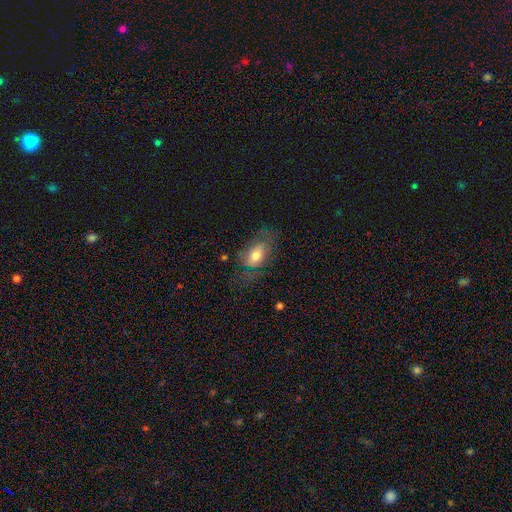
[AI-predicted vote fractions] smooth_or_featured: smooth (p=0.66) [alt: featured or disk p=0.26]
how_rounded: in between (p=0.86) [alt: round p=0.11]
merging: none (p=0.48) [alt: minor disturbance p=0.26]